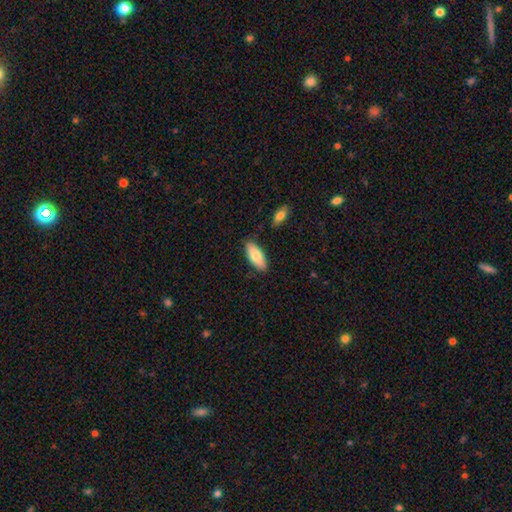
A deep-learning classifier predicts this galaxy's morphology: smooth 79%, featured or disk 16%, star or artifact 6%. Down the decision tree: how rounded — in between (83%); merging — none (85%).